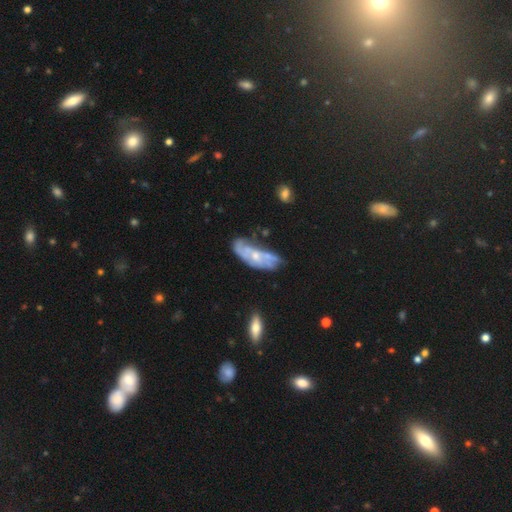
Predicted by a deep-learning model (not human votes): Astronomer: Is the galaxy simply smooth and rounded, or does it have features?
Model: featured or disk — 69%.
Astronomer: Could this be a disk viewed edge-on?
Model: no — 88%.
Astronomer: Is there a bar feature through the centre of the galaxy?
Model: no — 74%.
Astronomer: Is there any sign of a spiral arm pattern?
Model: yes — 67%.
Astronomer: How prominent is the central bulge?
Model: small — 59% (runner-up: moderate, 34%).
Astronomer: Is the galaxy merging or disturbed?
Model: none — 44% (runner-up: minor disturbance, 28%).